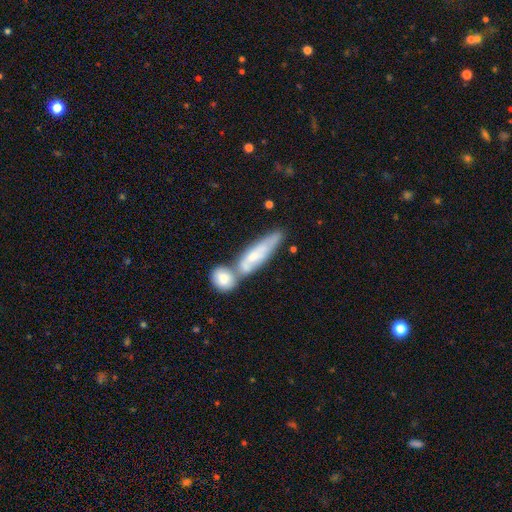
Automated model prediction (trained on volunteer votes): This appears to be a smooth galaxy with no disk features (50%). Merging: merger (43%, tied with none).